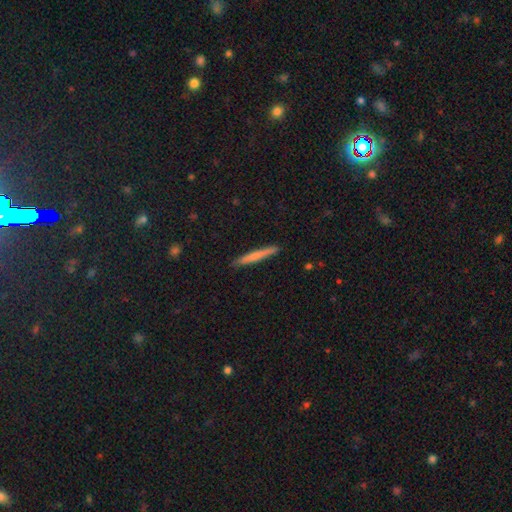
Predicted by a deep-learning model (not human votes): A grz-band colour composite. It shows a smooth galaxy with no disk features (67%) that is cigar-shaped (96%). Merging: none (91%).